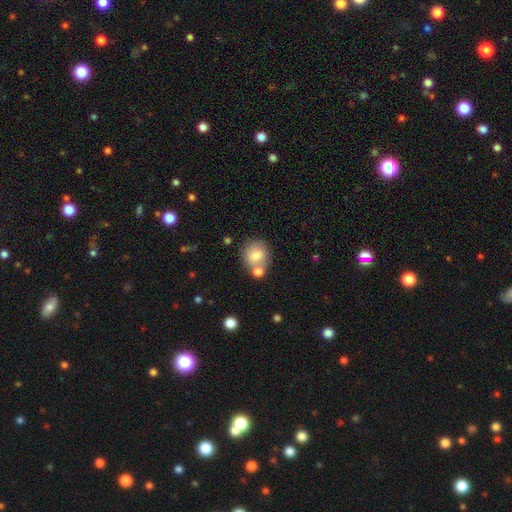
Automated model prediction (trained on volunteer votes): A smooth galaxy with no disk features (79%) that is round (76%).

Vote fractions:
- Smooth or featured? smooth: 79% / featured or disk: 12% / star or artifact: 8%
- How rounded? round: 76% / in between: 23% / cigar-shaped: 1%
- Merging? none: 55% / merger: 28% / minor disturbance: 13% / major disturbance: 4%